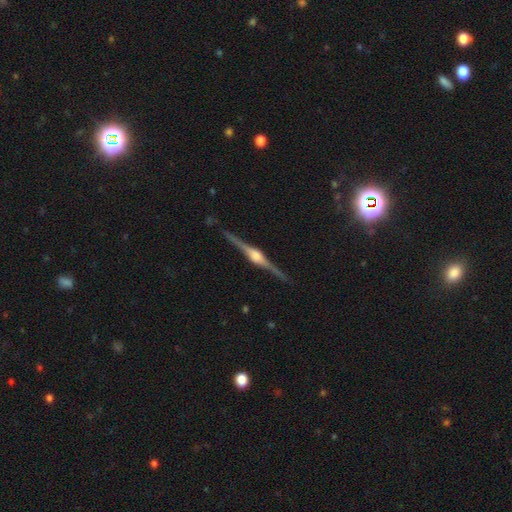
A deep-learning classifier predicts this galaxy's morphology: Smooth or featured: featured or disk — 89% (smooth — 6%)
Edge-on disk: yes — 99% (no — 1%)
Edge-on bulge: rounded — 89% (boxy — 9%)
Merging: none — 90% (minor disturbance — 7%)